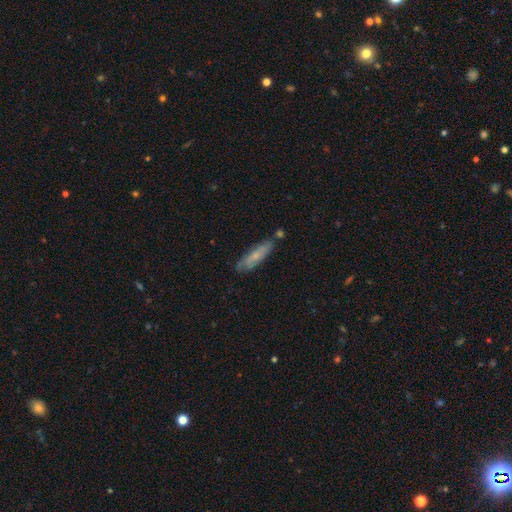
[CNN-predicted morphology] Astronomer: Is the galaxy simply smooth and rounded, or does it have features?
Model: smooth — 57% (runner-up: featured or disk, 37%).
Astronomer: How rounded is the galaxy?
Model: cigar-shaped — 71%.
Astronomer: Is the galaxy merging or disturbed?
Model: none — 70%.